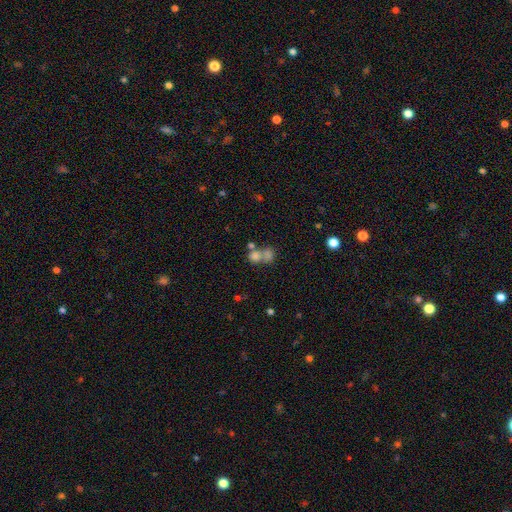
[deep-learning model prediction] Q: Smooth or featured?
A: smooth (73%); runner-up: star or artifact (14%)
Q: How rounded?
A: round (73%); runner-up: in between (25%)
Q: Merging?
A: merger (55%); runner-up: none (33%)